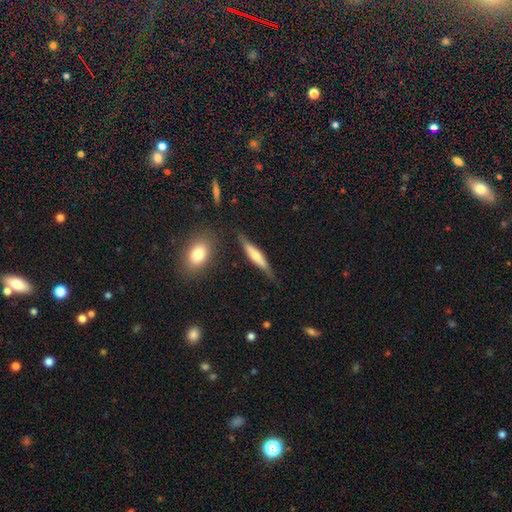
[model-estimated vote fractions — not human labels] Smooth or featured? Predicted: featured or disk (p=0.48). Merging? Predicted: none (p=0.77).